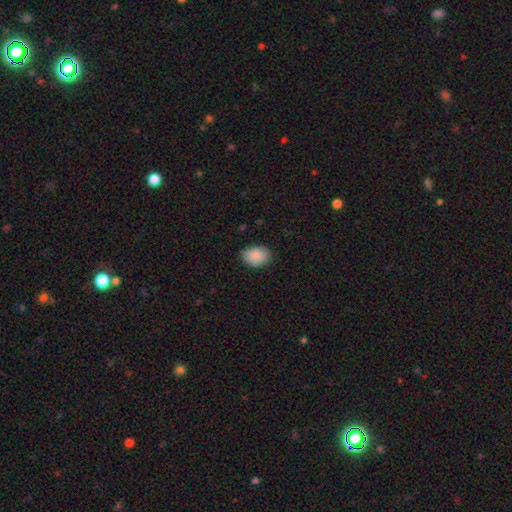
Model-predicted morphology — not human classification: smooth-or-featured: smooth: 90% | star or artifact: 7% | featured or disk: 4%
  how-rounded: in between: 77% | round: 22% | cigar-shaped: 1%
  merging: none: 84% | minor disturbance: 13% | major disturbance: 2% | merger: 1%